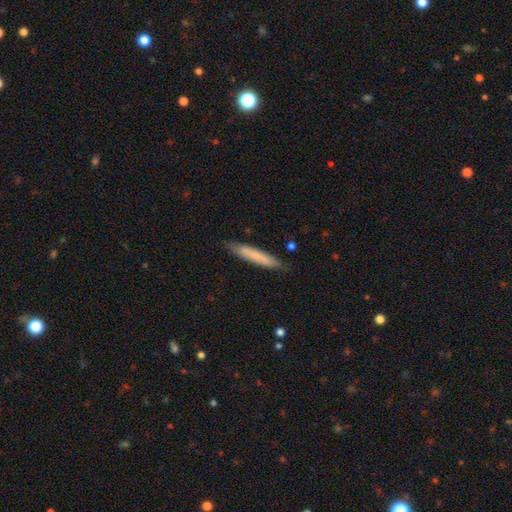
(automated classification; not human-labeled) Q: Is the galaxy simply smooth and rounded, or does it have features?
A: smooth — 72%.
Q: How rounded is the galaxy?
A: cigar-shaped — 94%.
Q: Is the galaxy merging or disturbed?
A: none — 85%.